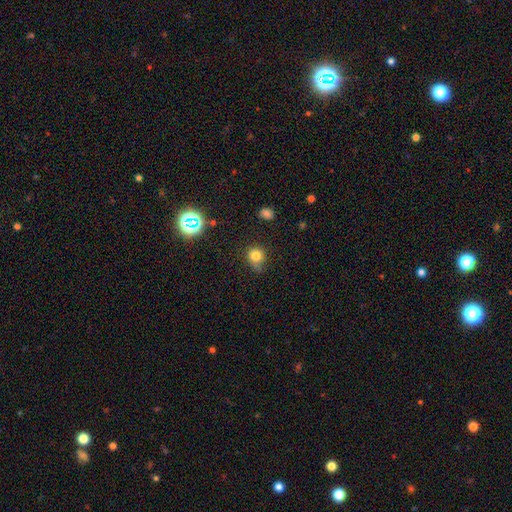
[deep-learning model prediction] smooth_or_featured: smooth (p=0.77) [alt: star or artifact p=0.15]
how_rounded: round (p=0.79) [alt: in between p=0.20]
merging: none (p=0.55) [alt: minor disturbance p=0.31]